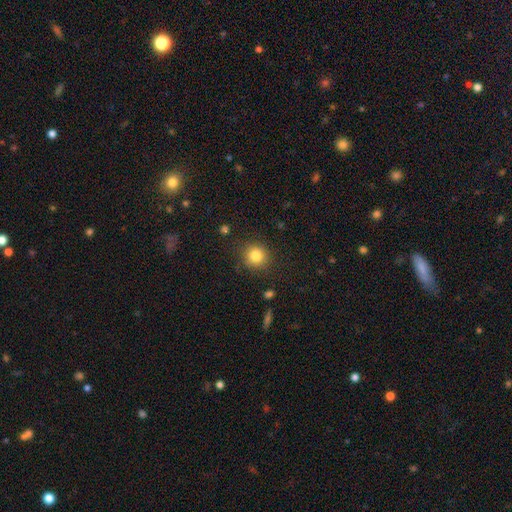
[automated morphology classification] The model was most divided on "smooth or featured": smooth: 82%, star or artifact: 11%, featured or disk: 6%. More confident: how rounded — round (92%); merging — none (87%).